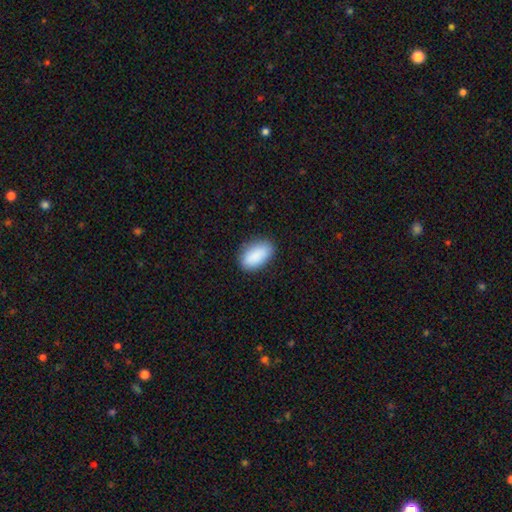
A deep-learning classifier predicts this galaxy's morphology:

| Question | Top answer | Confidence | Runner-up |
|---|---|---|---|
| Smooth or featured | smooth | 89% | star or artifact (7%) |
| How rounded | in between | 93% | round (4%) |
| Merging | none | 84% | minor disturbance (13%) |